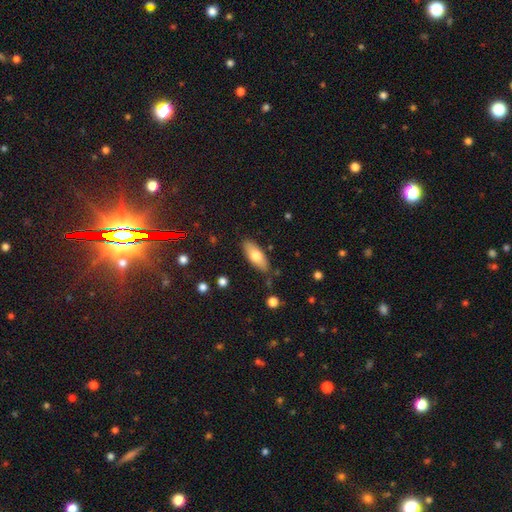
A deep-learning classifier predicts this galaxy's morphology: The model was most divided on "smooth or featured": smooth: 71%, featured or disk: 22%, star or artifact: 6%. More confident: merging — none (82%); how rounded — in between (78%).